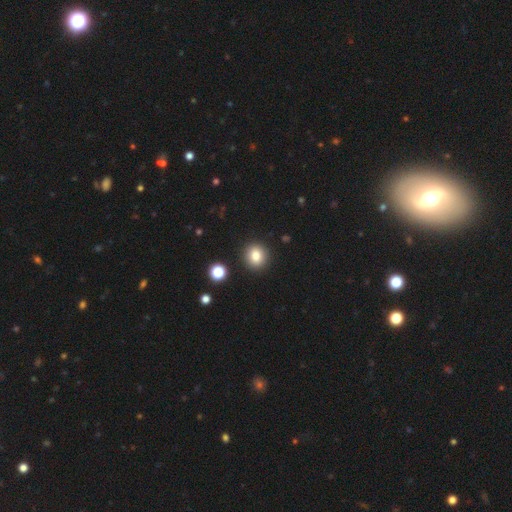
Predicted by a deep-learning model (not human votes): This appears to be a smooth galaxy with no disk features (83%) that is round (83%). Merging: none (90%).